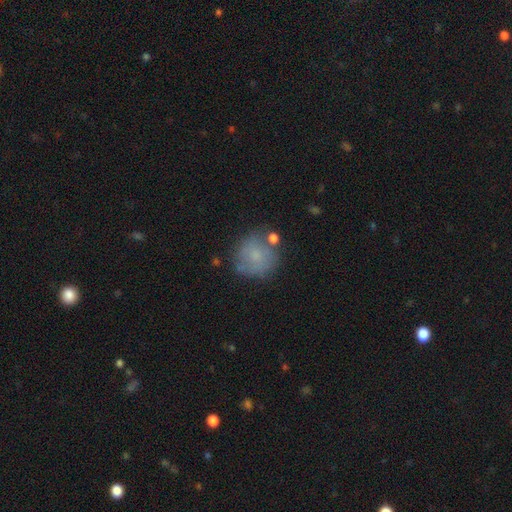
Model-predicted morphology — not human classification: smooth-or-featured: smooth: 65% | featured or disk: 25% | star or artifact: 10%
  how-rounded: round: 87% | in between: 12% | cigar-shaped: 1%
  merging: none: 62% | minor disturbance: 21% | major disturbance: 8% | merger: 8%